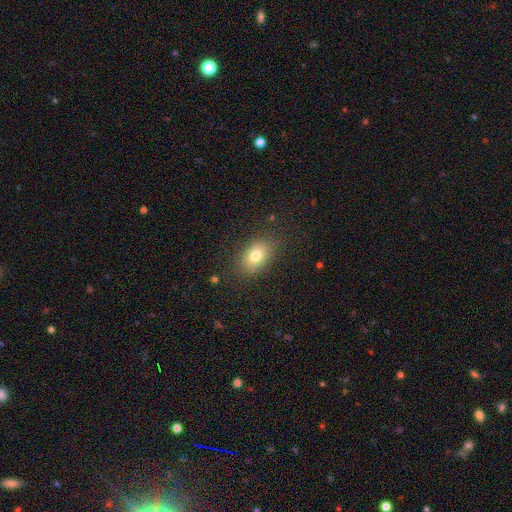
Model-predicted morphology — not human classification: This appears to be a smooth galaxy with no disk features (78%) that is in between round and cigar-shaped (81%). Merging: none (83%).